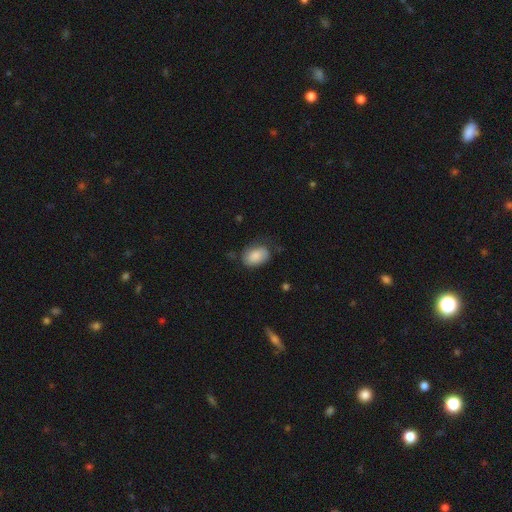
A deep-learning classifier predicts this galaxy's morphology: Q: Smooth or featured?
A: smooth (82%); runner-up: featured or disk (11%)
Q: How rounded?
A: in between (85%); runner-up: round (14%)
Q: Merging?
A: none (60%); runner-up: minor disturbance (28%)